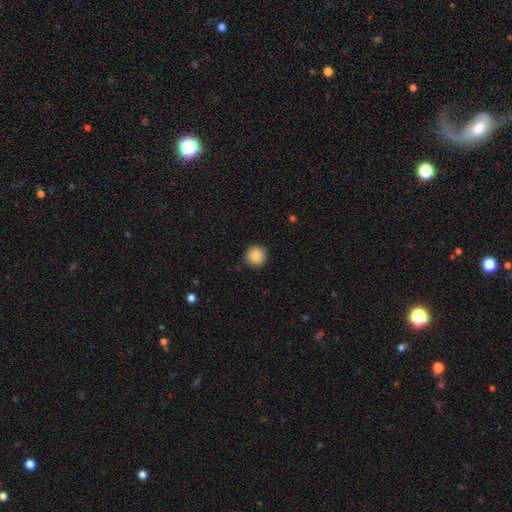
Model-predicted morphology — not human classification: The model was most divided on "smooth or featured": smooth: 87%, star or artifact: 8%, featured or disk: 5%. More confident: how rounded — round (95%); merging — none (90%).